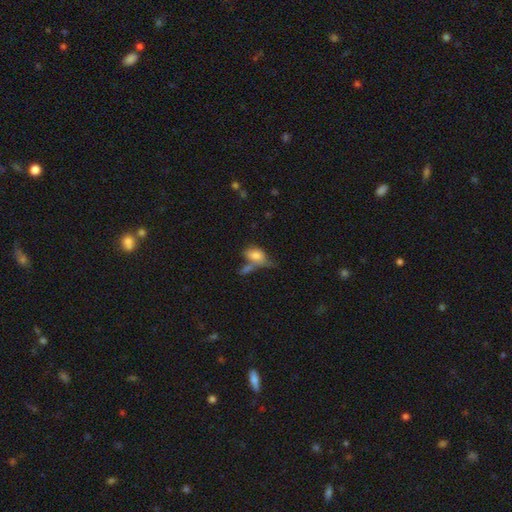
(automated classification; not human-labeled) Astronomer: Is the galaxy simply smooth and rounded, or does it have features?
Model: smooth — 73%.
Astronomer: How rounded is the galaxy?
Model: in between — 83%.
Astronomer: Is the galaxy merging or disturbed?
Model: merger — 34% (runner-up: none, 31%).